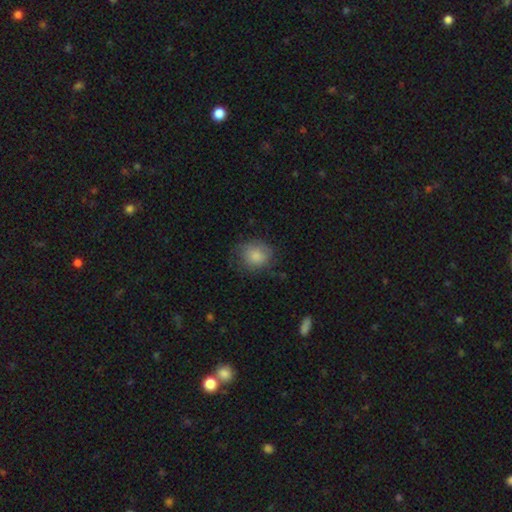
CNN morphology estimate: Overall: smooth (82%). How rounded: round (78%). Merging: none (66%).